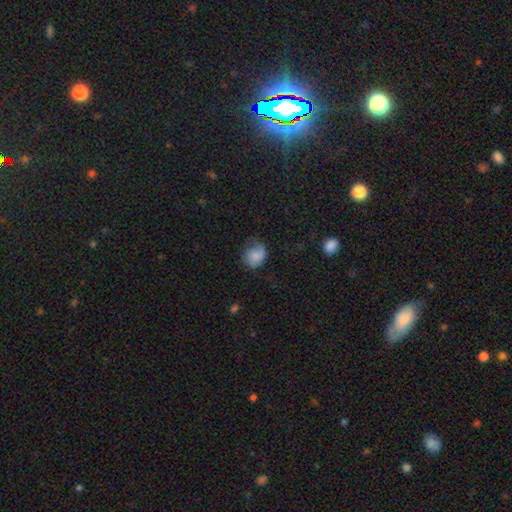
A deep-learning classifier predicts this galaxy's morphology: This is likely a smooth galaxy (75%). How rounded: likely round (61%). Merging: possibly none (57%).